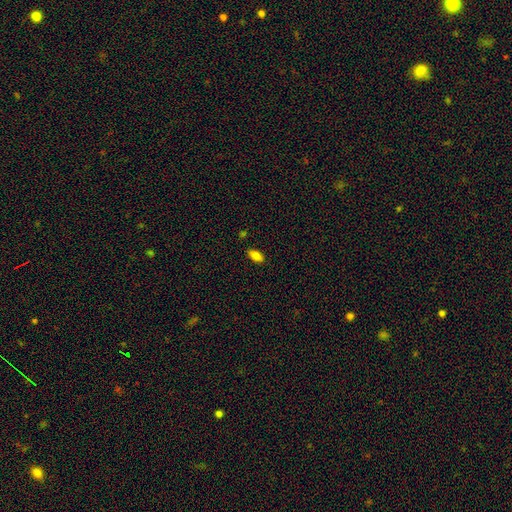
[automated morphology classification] smooth-or-featured: smooth: 82% | featured or disk: 9% | star or artifact: 8%
  how-rounded: in between: 90% | cigar-shaped: 7% | round: 3%
  merging: none: 86% | minor disturbance: 10% | major disturbance: 2% | merger: 2%